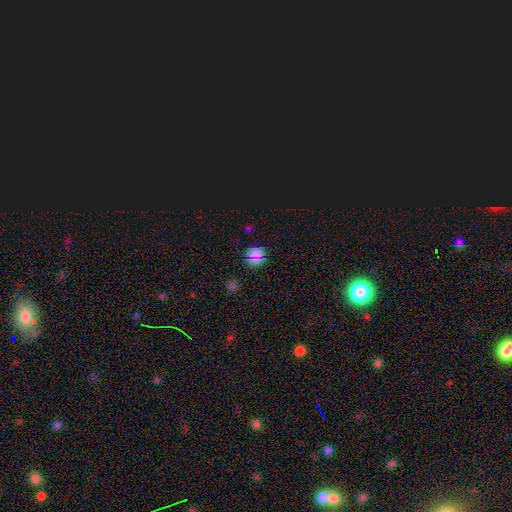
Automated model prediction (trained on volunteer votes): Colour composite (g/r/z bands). It shows a smooth galaxy with no disk features (61%) that is round (87%). Merging: none (87%).